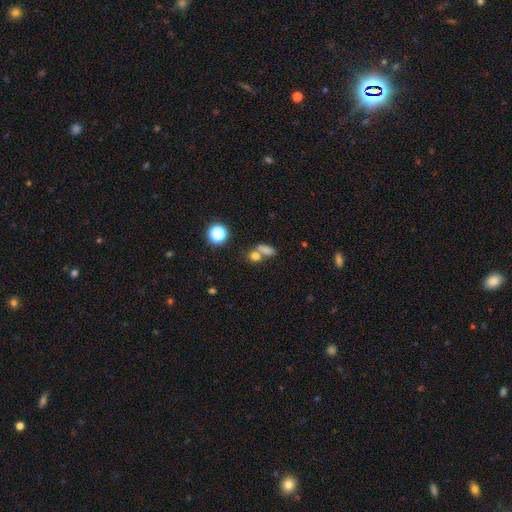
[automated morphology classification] smooth-or-featured: smooth: 73% | star or artifact: 18% | featured or disk: 10%
  how-rounded: round: 47% (tied) | in between: 47% (tied) | cigar-shaped: 6%
  merging: merger: 44% | none: 42% | minor disturbance: 9% | major disturbance: 5%